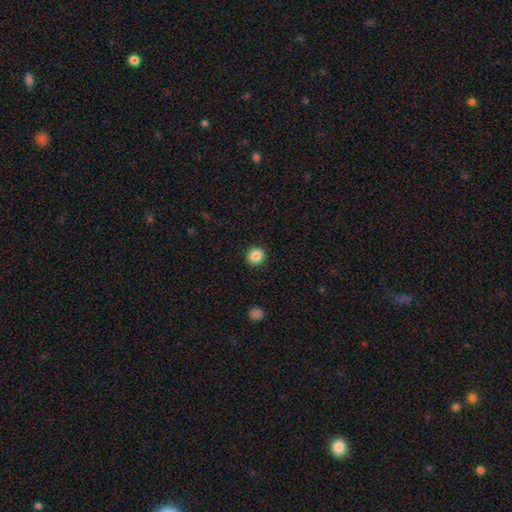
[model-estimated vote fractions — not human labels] This is clearly a smooth galaxy (86%). How rounded: clearly round (85%). Merging: clearly none (91%).